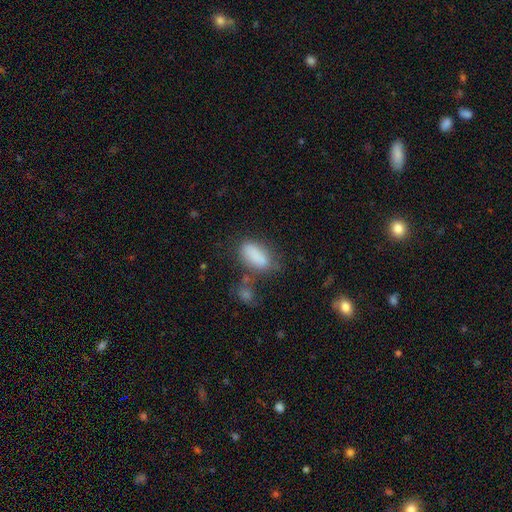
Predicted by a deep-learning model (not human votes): Q: Smooth or featured?
A: smooth (83%); runner-up: star or artifact (9%)
Q: How rounded?
A: in between (84%); runner-up: cigar-shaped (12%)
Q: Merging?
A: none (55%); runner-up: minor disturbance (22%)